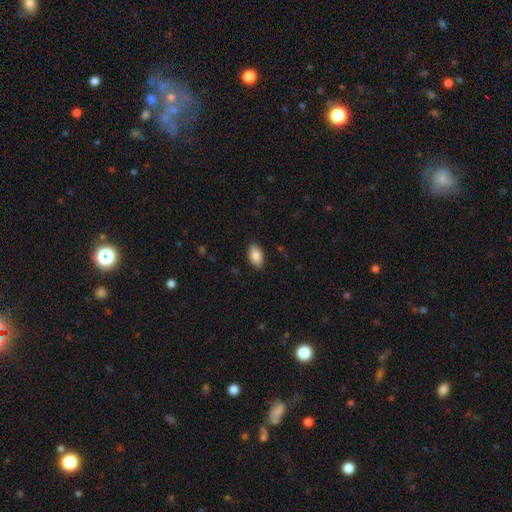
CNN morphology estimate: smooth_or_featured: smooth (p=0.88) [alt: star or artifact p=0.07]
how_rounded: in between (p=0.94) [alt: round p=0.04]
merging: none (p=0.88) [alt: minor disturbance p=0.09]